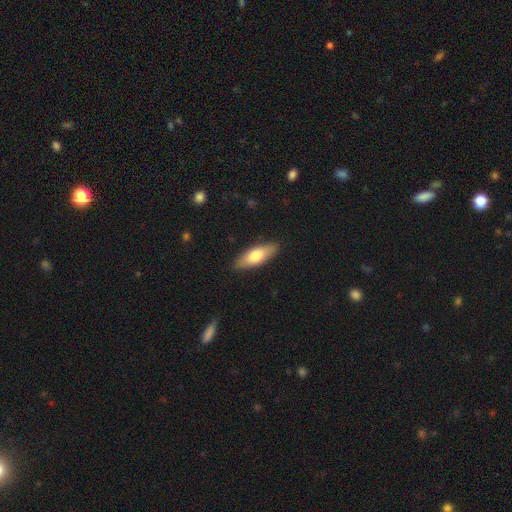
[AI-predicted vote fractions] A smooth galaxy with no disk features (71%) that is in between round and cigar-shaped (64%). Merging: none (88%).